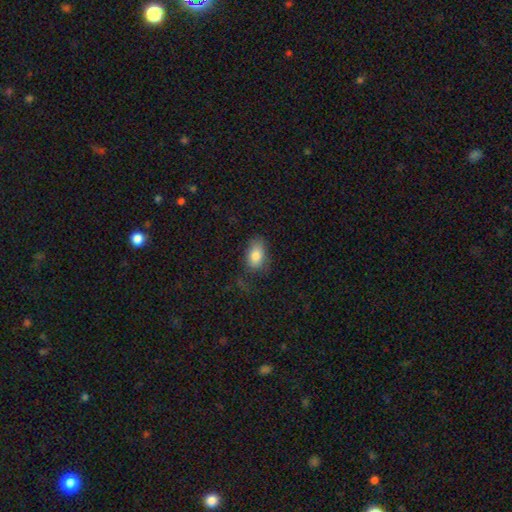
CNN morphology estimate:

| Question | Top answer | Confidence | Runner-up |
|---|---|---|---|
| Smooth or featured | smooth | 83% | featured or disk (9%) |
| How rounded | in between | 89% | round (9%) |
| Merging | none | 60% | minor disturbance (26%) |